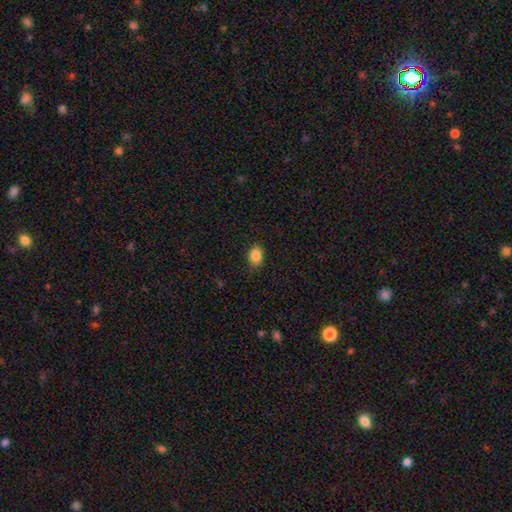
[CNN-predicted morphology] smooth-or-featured: smooth: 87% | star or artifact: 9% | featured or disk: 4%
  how-rounded: in between: 67% | round: 32% | cigar-shaped: 1%
  merging: none: 86% | minor disturbance: 11% | major disturbance: 2% | merger: 1%